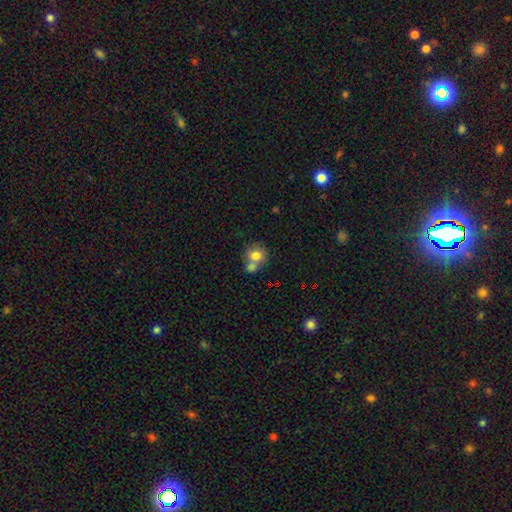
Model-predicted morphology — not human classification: smooth_or_featured: smooth (p=0.74) [alt: featured or disk p=0.15]
how_rounded: round (p=0.78) [alt: in between p=0.21]
merging: merger (p=0.46) [alt: none p=0.39]